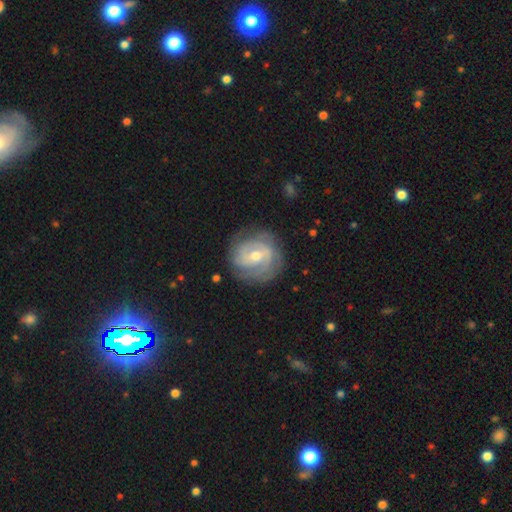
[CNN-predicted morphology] Smooth or featured?
  - featured or disk: 81% *
  - smooth: 14%
  - star or artifact: 5%
Edge-on disk?
  - no: 97% *
  - yes: 3%
Bar?
  - weak: 48% *
  - no: 35%
  - strong: 17%
Spiral arms?
  - yes: 91% *
  - no: 9%
Spiral winding?
  - tight: 65% *
  - medium: 28%
  - loose: 8%
Spiral arm count?
  - 2: 35% *
  - can't tell: 29%
  - 3: 21%
  - 4: 6%
  - 1: 5%
  - more than 4: 4%
Bulge size?
  - moderate: 64% *
  - small: 32%
  - large: 3%
  - none: 1%
  - dominant: 1%
Merging?
  - none: 77% *
  - minor disturbance: 16%
  - major disturbance: 6%
  - merger: 1%